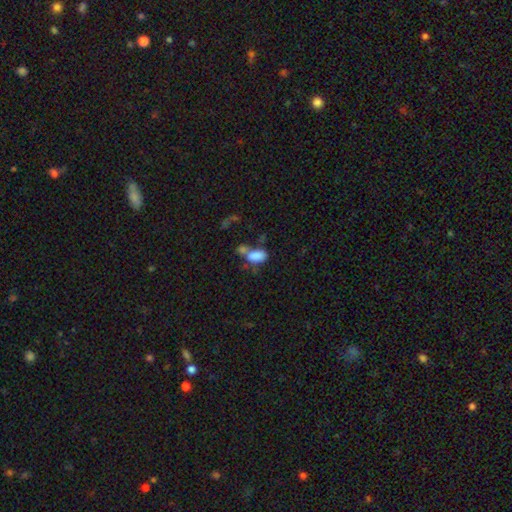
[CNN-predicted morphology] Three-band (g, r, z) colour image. It shows a smooth galaxy with no disk features (81%) that is in between round and cigar-shaped (90%). Merging: merger (42%).